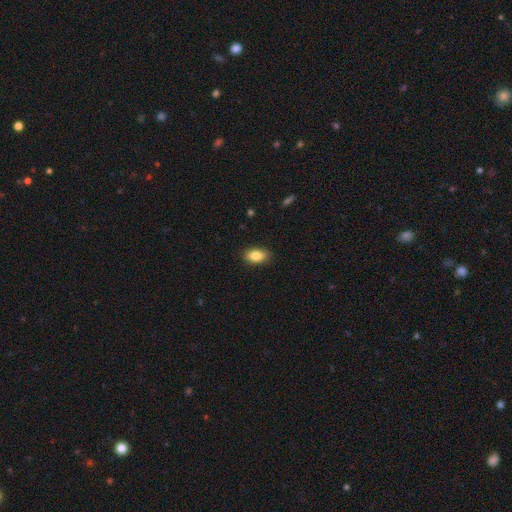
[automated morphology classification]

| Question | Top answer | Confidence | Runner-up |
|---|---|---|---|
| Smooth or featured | smooth | 85% | featured or disk (8%) |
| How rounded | in between | 89% | round (7%) |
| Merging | none | 87% | minor disturbance (10%) |